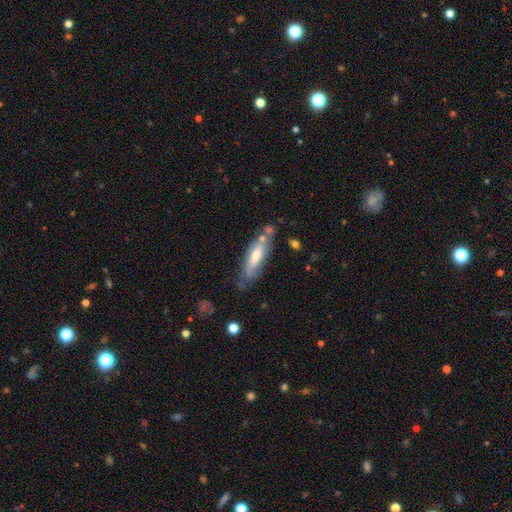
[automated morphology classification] Smooth or featured?
  - featured or disk: 50% *
  - smooth: 43%
  - star or artifact: 7%
Edge-on disk?
  - no: 50% * (tied)
  - yes: 50% * (tied)
Merging?
  - none: 59% *
  - minor disturbance: 24%
  - merger: 9%
  - major disturbance: 8%